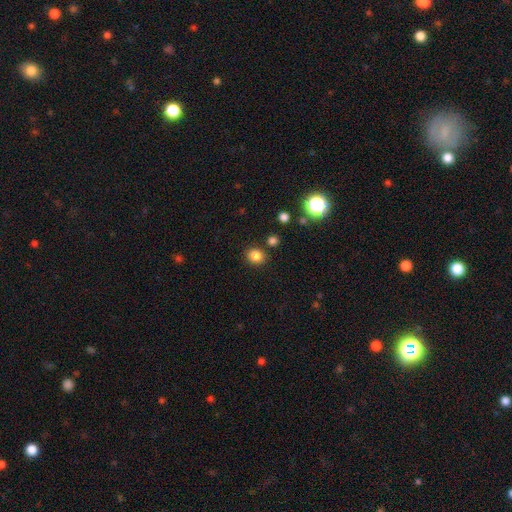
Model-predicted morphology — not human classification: This is clearly a smooth galaxy (83%). How rounded: likely round (69%). Merging: clearly none (84%).